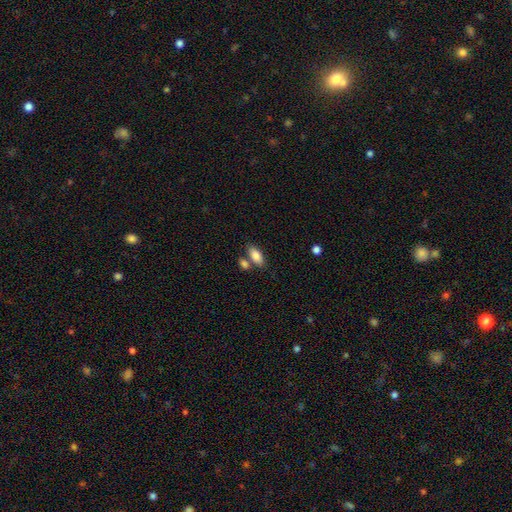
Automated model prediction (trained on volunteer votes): Q: Smooth or featured?
A: smooth (85%); runner-up: featured or disk (8%)
Q: How rounded?
A: in between (88%); runner-up: cigar-shaped (9%)
Q: Merging?
A: none (60%); runner-up: merger (25%)